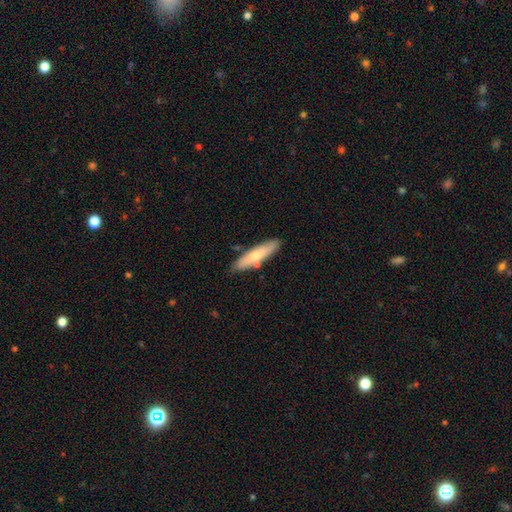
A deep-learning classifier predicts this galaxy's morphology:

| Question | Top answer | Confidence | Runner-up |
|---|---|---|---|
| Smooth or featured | smooth | 61% | featured or disk (33%) |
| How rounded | cigar-shaped | 76% | in between (22%) |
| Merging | none | 80% | minor disturbance (12%) |